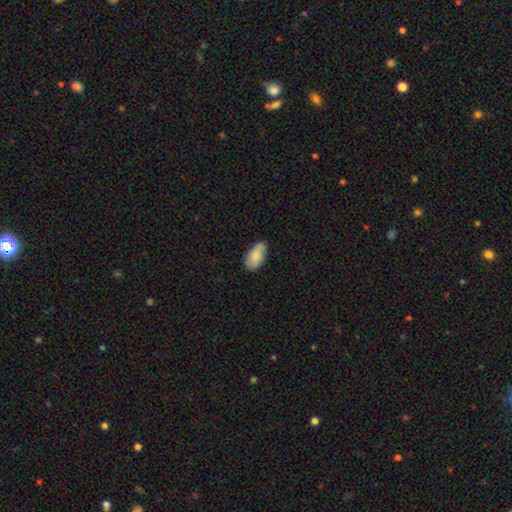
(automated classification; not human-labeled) Smooth or featured?
  - smooth: 82% *
  - featured or disk: 12%
  - star or artifact: 6%
How rounded?
  - in between: 94% *
  - round: 3%
  - cigar-shaped: 3%
Merging?
  - none: 69% *
  - minor disturbance: 26%
  - major disturbance: 4%
  - merger: 2%